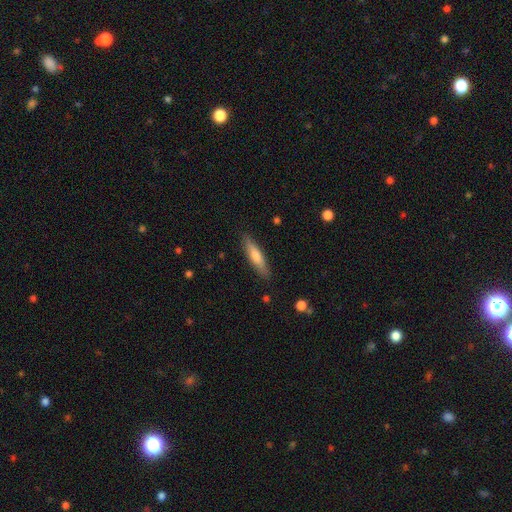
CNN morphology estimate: Smooth or featured: smooth — 62% (featured or disk — 32%)
How rounded: cigar-shaped — 80% (in between — 18%)
Merging: none — 88% (minor disturbance — 9%)